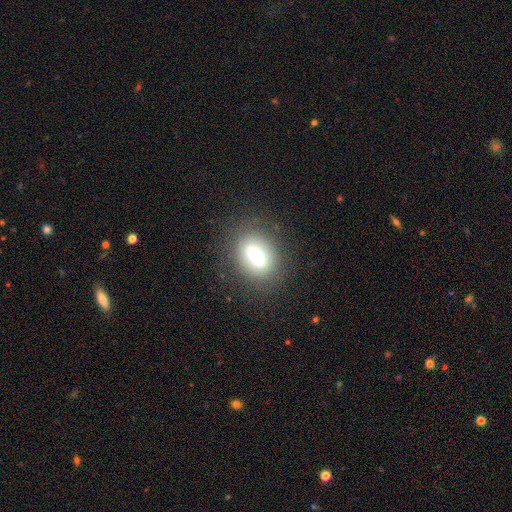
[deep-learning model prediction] A smooth galaxy with no disk features (58%) that is in between round and cigar-shaped (58%).

Vote fractions:
- Smooth or featured? smooth: 58% / featured or disk: 31% / star or artifact: 11%
- How rounded? in between: 58% / round: 39% / cigar-shaped: 2%
- Merging? none: 80% / minor disturbance: 12% / major disturbance: 7% / merger: 2%